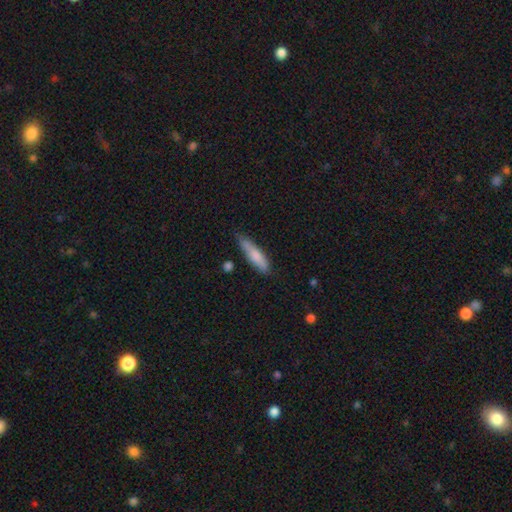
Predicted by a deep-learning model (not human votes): smooth 77%, featured or disk 17%, star or artifact 6%. Down the decision tree: how rounded — cigar-shaped (75%); merging — none (64%).